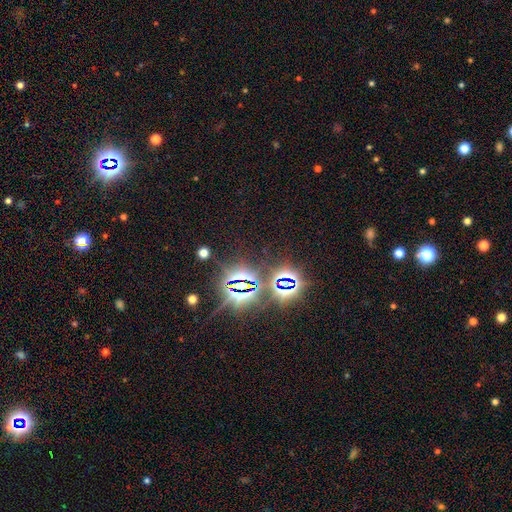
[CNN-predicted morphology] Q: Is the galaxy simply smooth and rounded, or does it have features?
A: star or artifact — 75%.